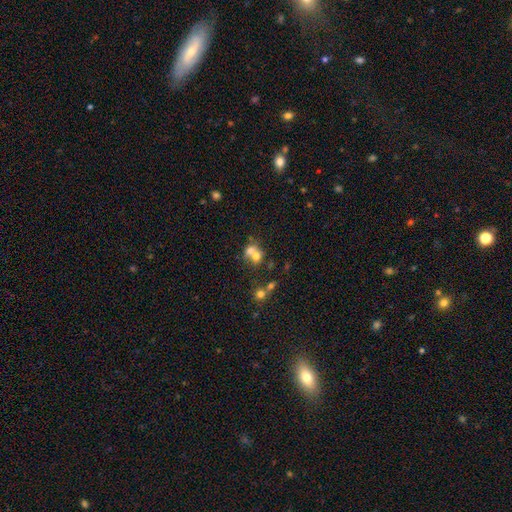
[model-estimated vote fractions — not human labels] A smooth galaxy with no disk features (63%) that is round (66%).

Vote fractions:
- Smooth or featured? smooth: 63% / featured or disk: 23% / star or artifact: 14%
- How rounded? round: 66% / in between: 33% / cigar-shaped: 1%
- Merging? merger: 63% / none: 26% / minor disturbance: 7% / major disturbance: 4%